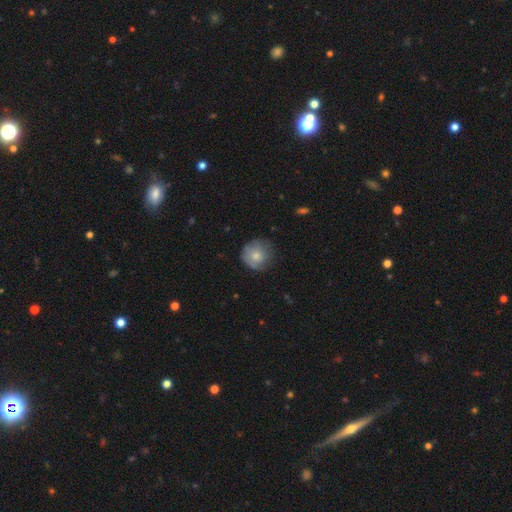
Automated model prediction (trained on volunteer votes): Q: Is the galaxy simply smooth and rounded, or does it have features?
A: smooth — 75%.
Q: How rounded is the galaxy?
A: round — 93%.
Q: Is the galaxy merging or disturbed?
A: none — 73%.